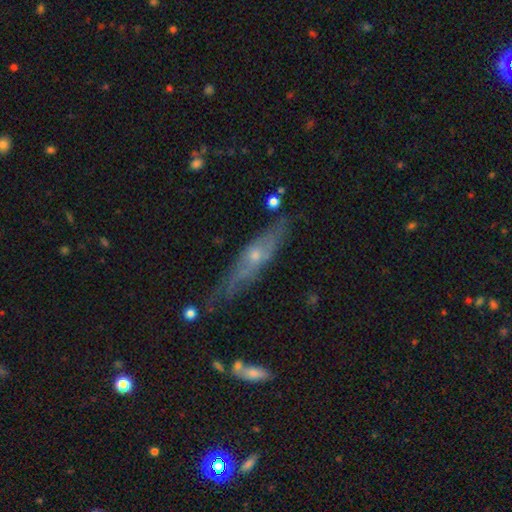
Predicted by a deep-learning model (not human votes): Smooth or featured? Predicted: featured or disk (p=0.66). Edge-on disk? Predicted: yes (p=0.65). Merging? Predicted: none (p=0.66).